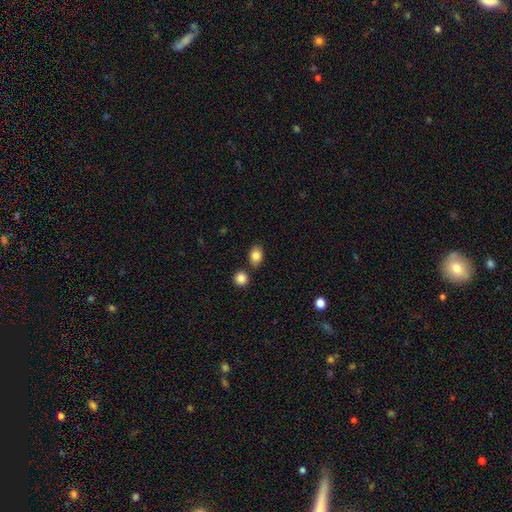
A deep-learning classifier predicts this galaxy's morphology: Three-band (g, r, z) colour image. It shows a smooth galaxy with no disk features (85%) that is in between round and cigar-shaped (72%). Merging: none (76%).